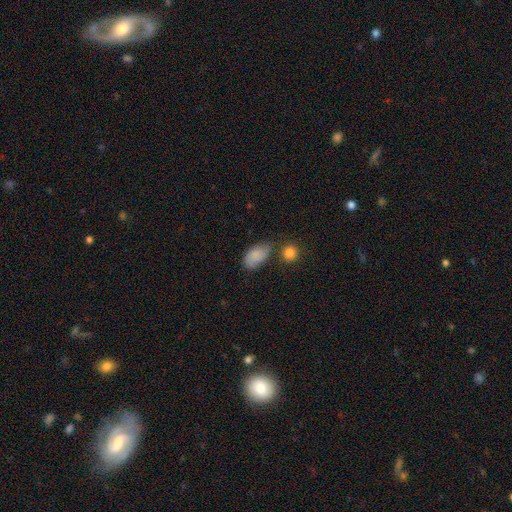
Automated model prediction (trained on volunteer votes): smooth 82%, featured or disk 10%, star or artifact 8%. Down the decision tree: how rounded — in between (91%); merging — none (53%).